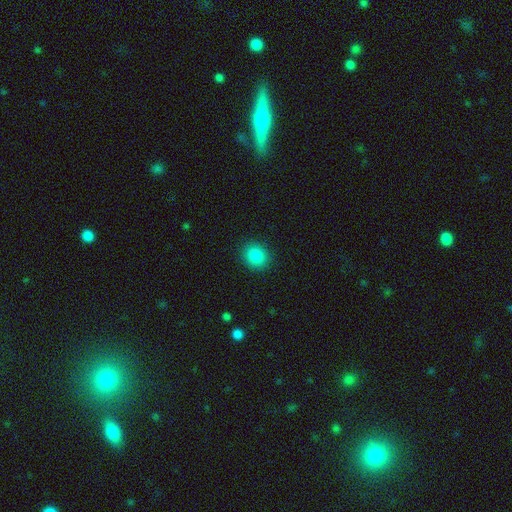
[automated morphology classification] Smooth or featured: smooth — 86% (star or artifact — 10%)
How rounded: round — 72% (in between — 27%)
Merging: none — 90% (minor disturbance — 7%)